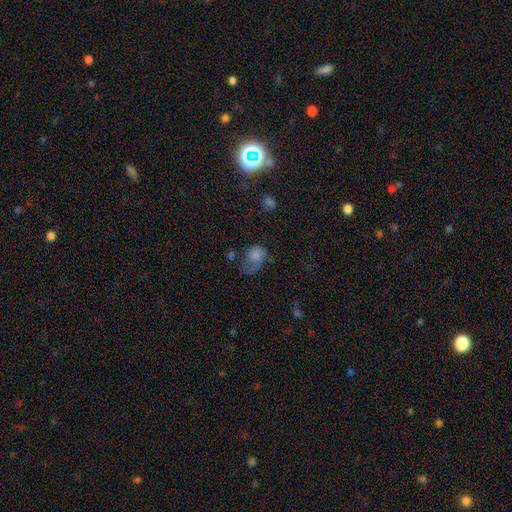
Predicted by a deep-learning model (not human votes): Smooth or featured? smooth (69%)
How rounded? in between (57%)
Merging? major disturbance (45%)